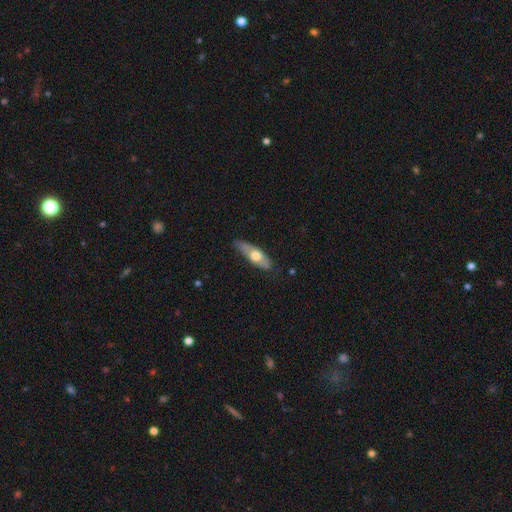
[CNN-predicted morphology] This appears to be a smooth galaxy with no disk features (54%) that is in between round and cigar-shaped (54%). Merging: none (73%).